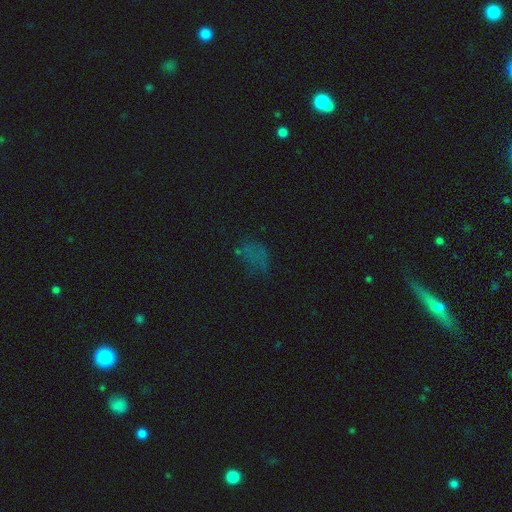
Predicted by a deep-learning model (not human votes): Q: Smooth or featured?
A: star or artifact (42%); runner-up: smooth (39%)